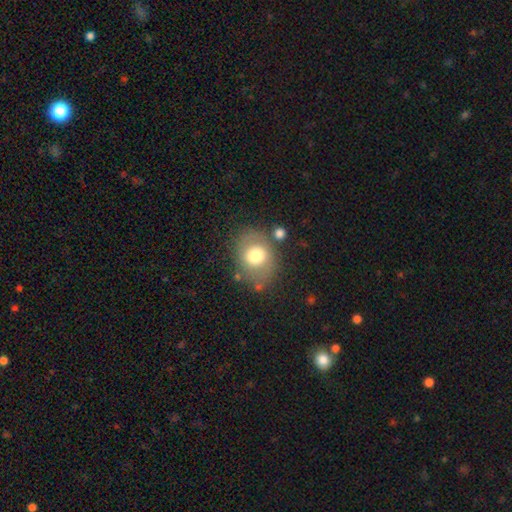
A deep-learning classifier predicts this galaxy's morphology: smooth-or-featured: smooth: 66% | featured or disk: 25% | star or artifact: 9%
  how-rounded: round: 57% | in between: 42% | cigar-shaped: 1%
  merging: none: 69% | minor disturbance: 17% | major disturbance: 8% | merger: 6%